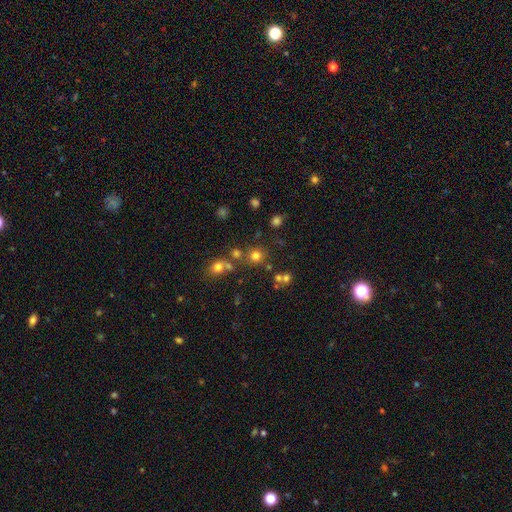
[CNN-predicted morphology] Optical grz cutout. It shows a smooth galaxy with no disk features (72%) that is round (90%). Merging: none (75%).